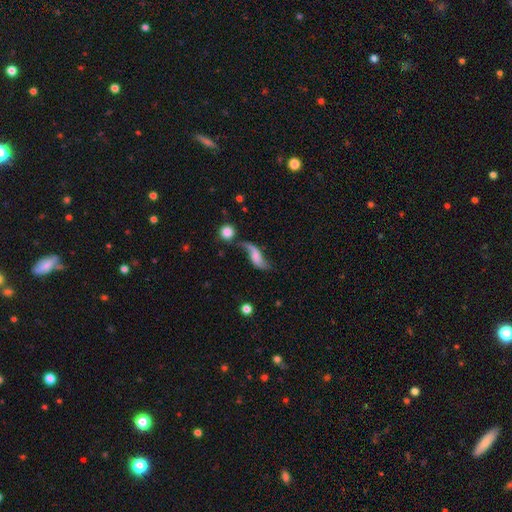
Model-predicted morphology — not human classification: featured or disk 70%, smooth 22%, star or artifact 8%. Down the decision tree: edge-on disk — no (90%); bar — no (54%); spiral arms — yes (91%); spiral arm count — 2 (87%); spiral winding — loose (90%); bulge size — small (33%); merging — none (46%).